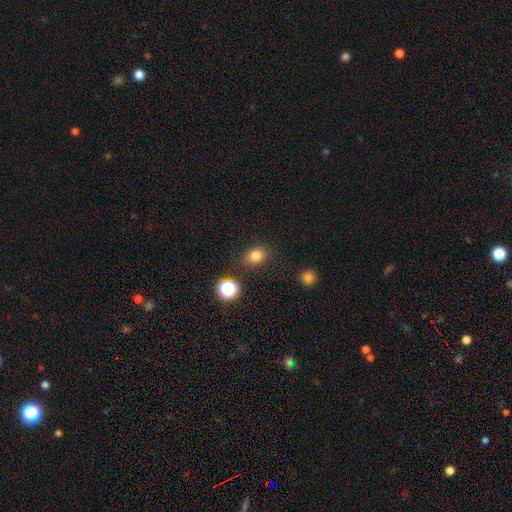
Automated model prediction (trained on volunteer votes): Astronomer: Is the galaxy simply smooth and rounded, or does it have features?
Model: smooth — 80%.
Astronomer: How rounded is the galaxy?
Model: in between — 50% (runner-up: round, 49%).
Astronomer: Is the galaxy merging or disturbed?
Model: none — 83%.